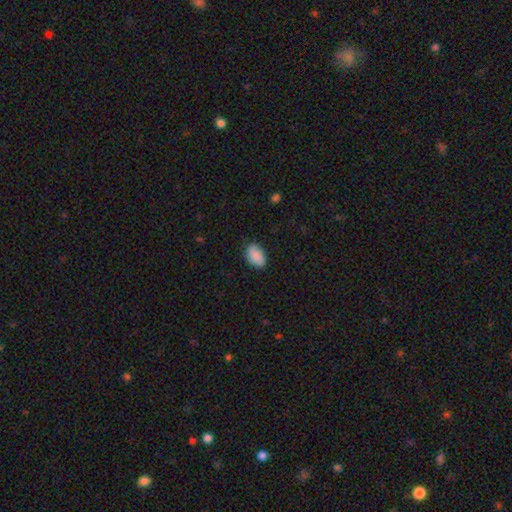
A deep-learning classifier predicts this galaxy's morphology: Q: Smooth or featured?
A: smooth (86%); runner-up: star or artifact (7%)
Q: How rounded?
A: in between (91%); runner-up: round (8%)
Q: Merging?
A: none (76%); runner-up: minor disturbance (19%)